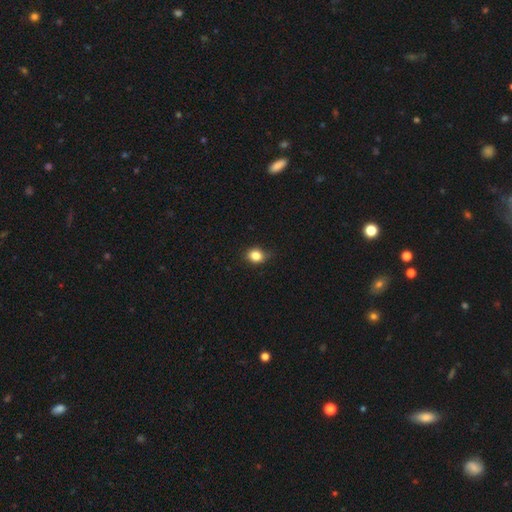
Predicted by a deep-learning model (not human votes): A smooth galaxy with no disk features (84%) that is round (63%).

Vote fractions:
- Smooth or featured? smooth: 84% / star or artifact: 11% / featured or disk: 6%
- How rounded? round: 63% / in between: 36% / cigar-shaped: 1%
- Merging? none: 75% / minor disturbance: 21% / major disturbance: 4% / merger: 1%